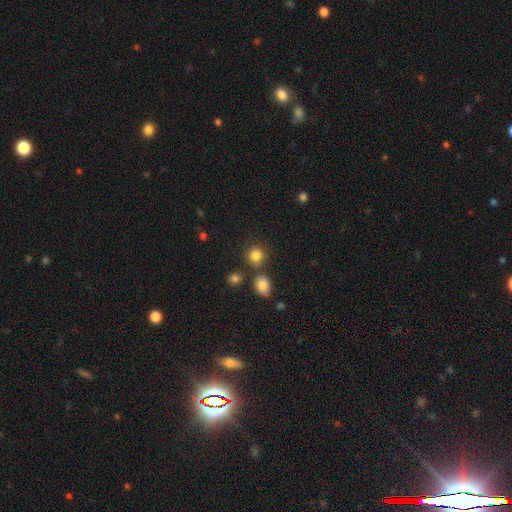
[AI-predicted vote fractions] Smooth or featured: smooth — 83% (star or artifact — 12%)
How rounded: round — 87% (in between — 12%)
Merging: none — 74% (merger — 13%)